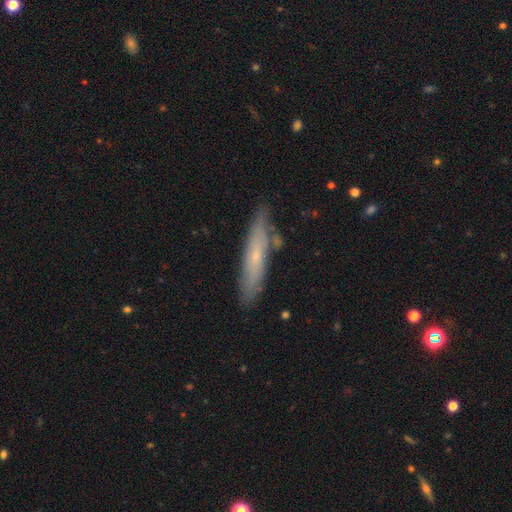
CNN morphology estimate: Overall: smooth (47%, tied with featured or disk). Merging: none (77%).